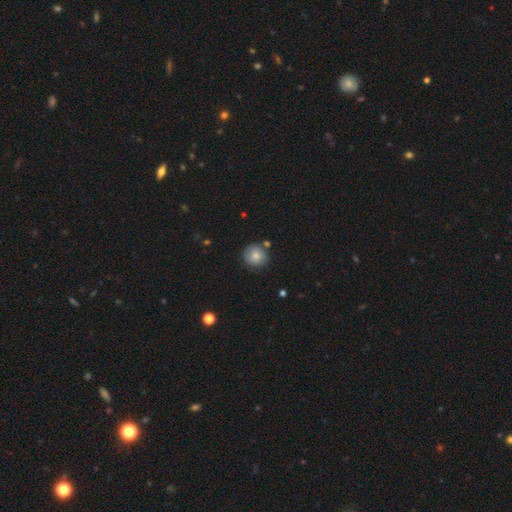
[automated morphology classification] A smooth galaxy with no disk features (74%) that is round (91%). Merging: none (76%).